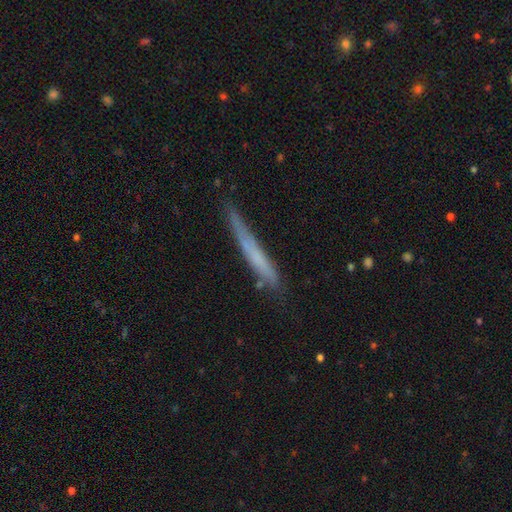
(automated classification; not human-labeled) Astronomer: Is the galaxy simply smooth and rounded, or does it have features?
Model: smooth — 53% (runner-up: featured or disk, 39%).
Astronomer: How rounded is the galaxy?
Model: cigar-shaped — 96%.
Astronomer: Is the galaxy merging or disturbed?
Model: none — 69%.